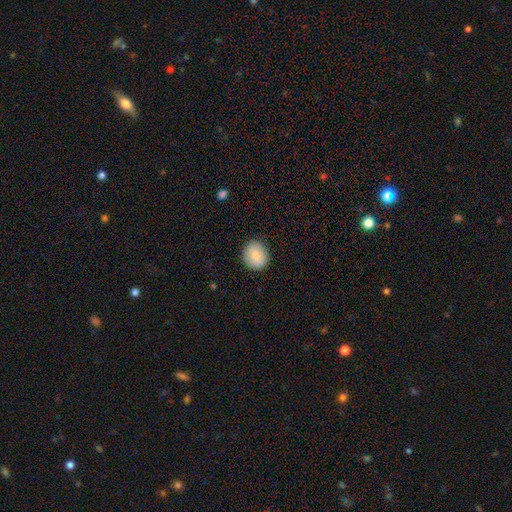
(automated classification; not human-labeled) Morphology: type=smooth (83%); roundness=round (77%); merging=none (89%).